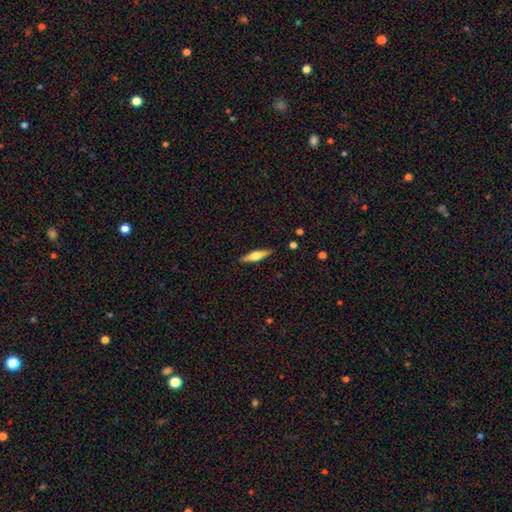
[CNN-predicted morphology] smooth-or-featured: smooth: 49% | featured or disk: 46% | star or artifact: 6%
  merging: none: 88% | minor disturbance: 8% | major disturbance: 2% | merger: 1%